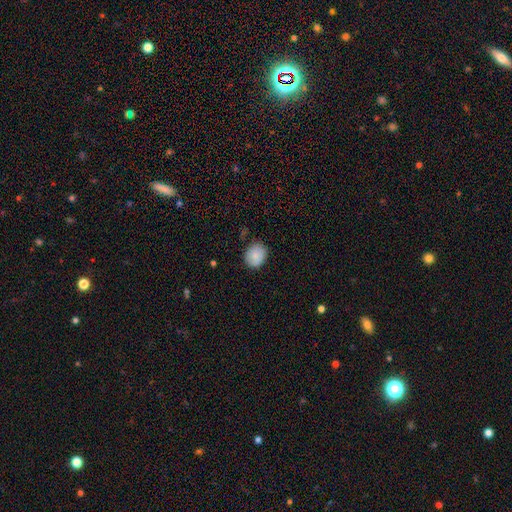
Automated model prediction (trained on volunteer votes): smooth-or-featured: smooth: 85% | star or artifact: 8% | featured or disk: 7%
  how-rounded: round: 64% | in between: 35% | cigar-shaped: 1%
  merging: none: 79% | minor disturbance: 17% | major disturbance: 3% | merger: 2%